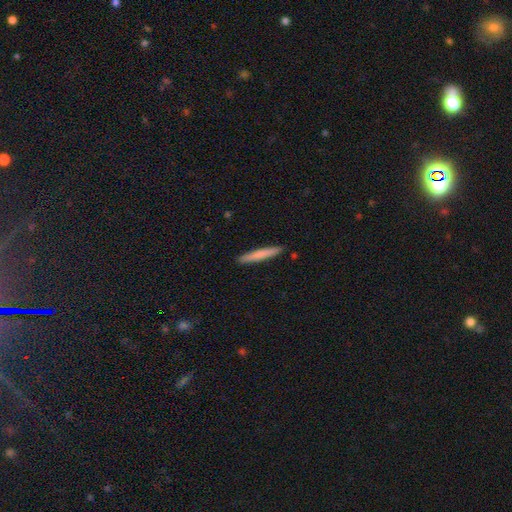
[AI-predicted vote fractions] smooth-or-featured: smooth: 73% | featured or disk: 21% | star or artifact: 5%
  how-rounded: cigar-shaped: 96% | in between: 3% | round: 1%
  merging: none: 91% | minor disturbance: 6% | major disturbance: 1% | merger: 1%